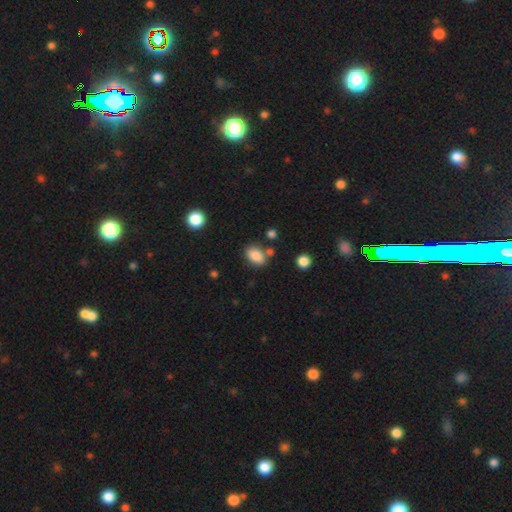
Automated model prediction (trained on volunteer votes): smooth-or-featured: smooth: 86% | star or artifact: 9% | featured or disk: 5%
  how-rounded: in between: 85% | round: 14% | cigar-shaped: 2%
  merging: none: 72% | minor disturbance: 15% | merger: 9% | major disturbance: 4%